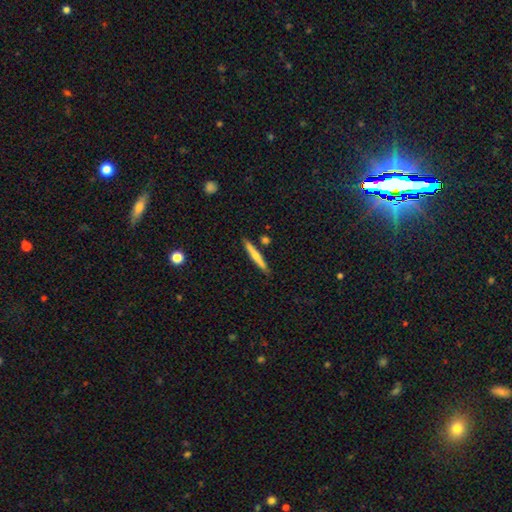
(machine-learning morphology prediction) Smooth or featured?
  - smooth: 58% *
  - featured or disk: 36%
  - star or artifact: 6%
How rounded?
  - cigar-shaped: 95% *
  - in between: 4%
  - round: 2%
Merging?
  - none: 85% *
  - minor disturbance: 9%
  - merger: 4%
  - major disturbance: 2%